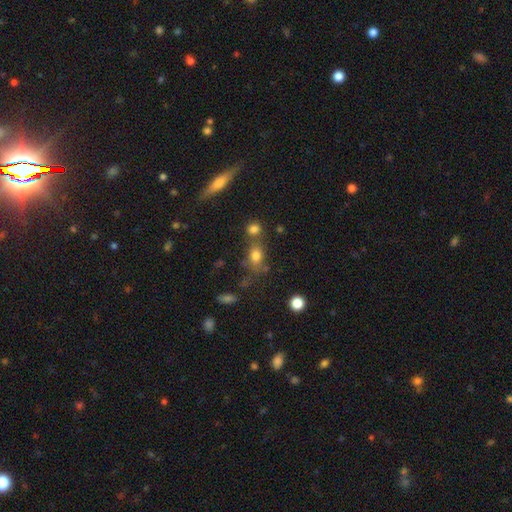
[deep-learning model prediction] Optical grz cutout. It shows a smooth galaxy with no disk features (75%) that is in between round and cigar-shaped (58%). Merging: none (56%).